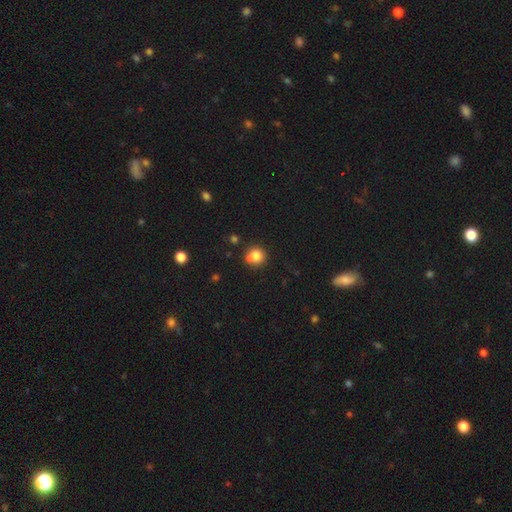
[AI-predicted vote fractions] This appears to be a smooth galaxy with no disk features (79%) that is round (89%). Merging: none (59%).